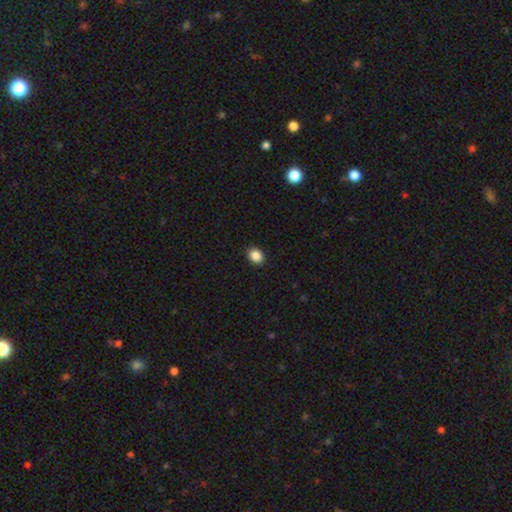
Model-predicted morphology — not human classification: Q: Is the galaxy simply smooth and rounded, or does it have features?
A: smooth — 87%.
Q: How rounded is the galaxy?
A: round — 54%.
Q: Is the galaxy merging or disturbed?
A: none — 91%.